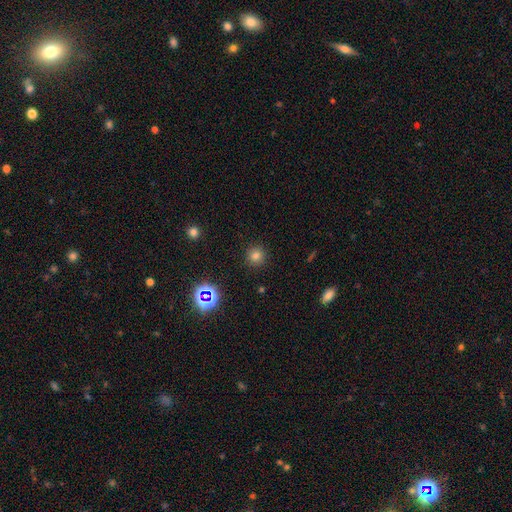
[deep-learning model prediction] smooth_or_featured: smooth (p=0.74) [alt: star or artifact p=0.19]
how_rounded: round (p=0.95) [alt: in between p=0.04]
merging: none (p=0.91) [alt: minor disturbance p=0.06]